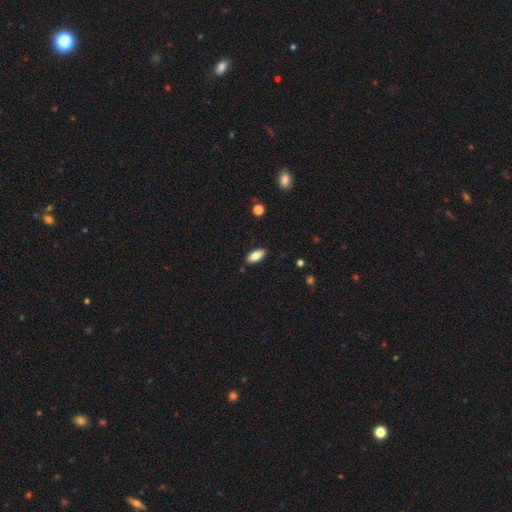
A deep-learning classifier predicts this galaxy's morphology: This appears to be a smooth galaxy with no disk features (82%) that is in between round and cigar-shaped (83%). Merging: none (87%).